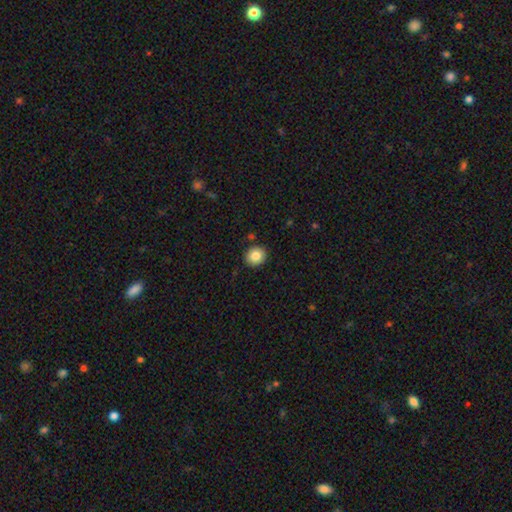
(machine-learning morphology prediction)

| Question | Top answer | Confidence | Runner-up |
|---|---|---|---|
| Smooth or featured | smooth | 84% | star or artifact (9%) |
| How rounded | round | 84% | in between (16%) |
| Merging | none | 89% | minor disturbance (7%) |